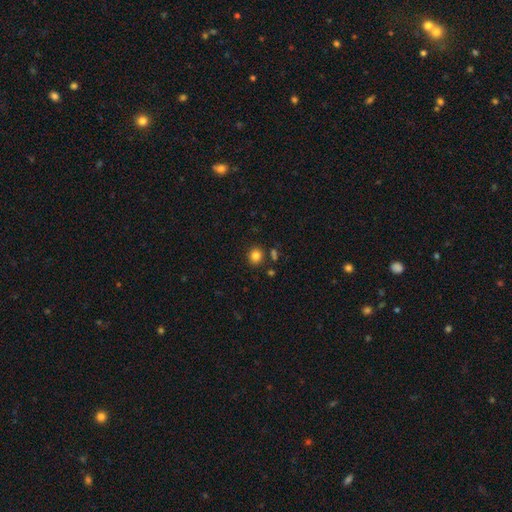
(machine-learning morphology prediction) A smooth galaxy with no disk features (83%) that is round (81%). Merging: none (85%).